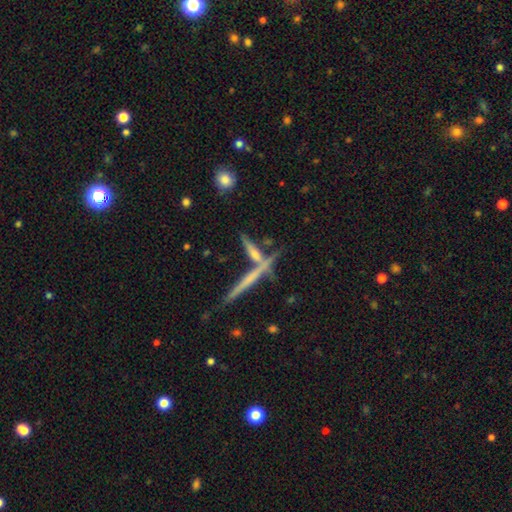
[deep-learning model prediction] smooth-or-featured: featured or disk: 58% | smooth: 31% | star or artifact: 11%
  disk-edge-on: yes: 92% | no: 8%
    edge-on-bulge: none: 67% | rounded: 26% | boxy: 7%
  merging: none: 65% | merger: 22% | minor disturbance: 9% | major disturbance: 3%